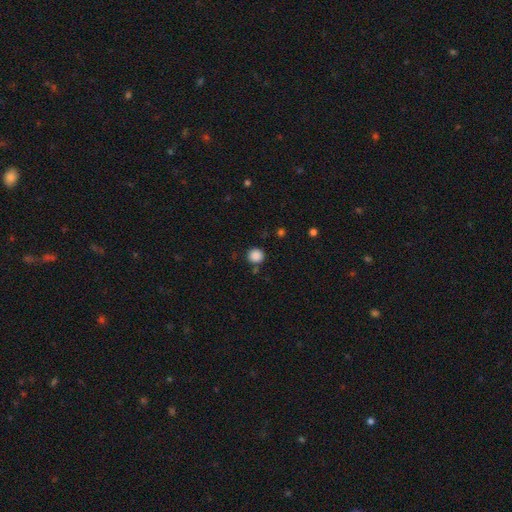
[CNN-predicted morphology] smooth-or-featured: smooth: 87% | star or artifact: 10% | featured or disk: 3%
  how-rounded: round: 92% | in between: 7% | cigar-shaped: 1%
  merging: none: 84% | minor disturbance: 8% | merger: 5% | major disturbance: 3%